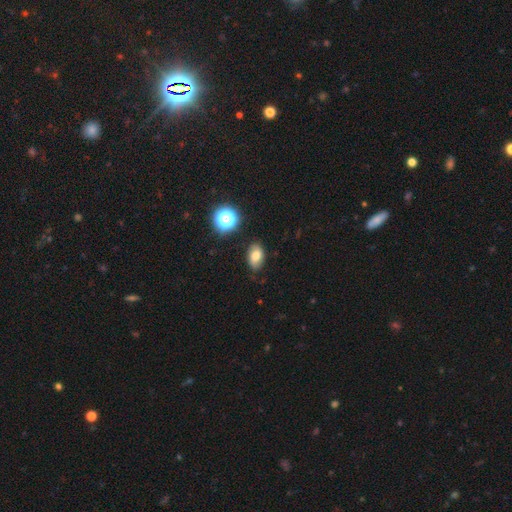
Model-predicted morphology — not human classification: This is likely a smooth galaxy (74%). How rounded: clearly in between (86%). Merging: likely none (80%).